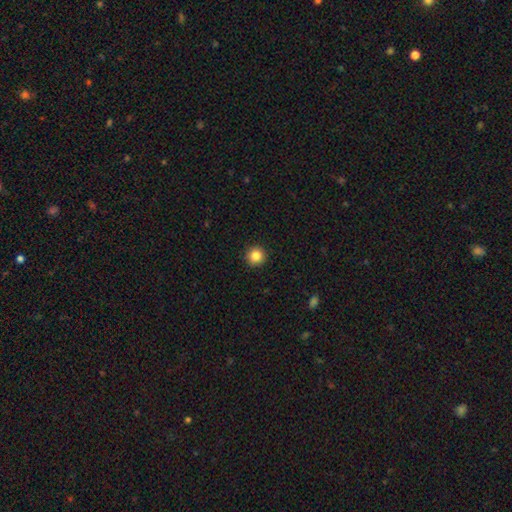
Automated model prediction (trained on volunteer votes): smooth_or_featured: smooth (p=0.86) [alt: star or artifact p=0.10]
how_rounded: round (p=0.95) [alt: in between p=0.04]
merging: none (p=0.93) [alt: minor disturbance p=0.05]